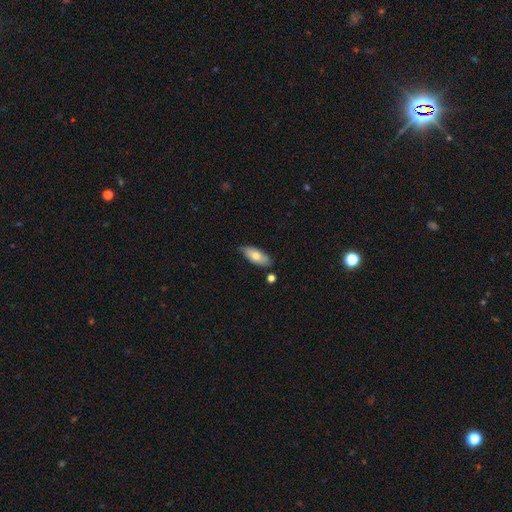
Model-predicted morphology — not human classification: The model was most divided on "smooth or featured": smooth: 68%, featured or disk: 26%, star or artifact: 6%. More confident: how rounded — in between (82%); merging — none (70%).